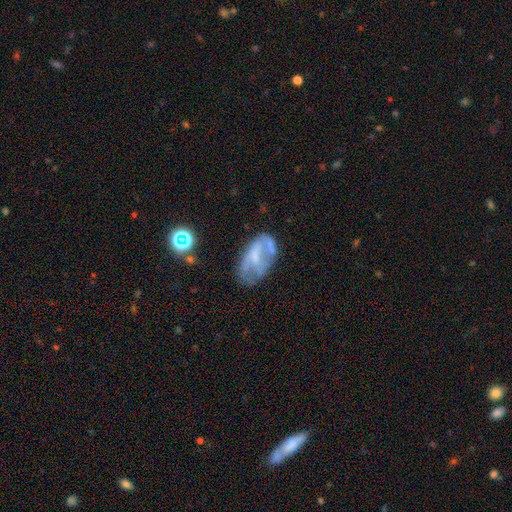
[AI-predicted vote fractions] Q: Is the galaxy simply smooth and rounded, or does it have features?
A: featured or disk — 58%.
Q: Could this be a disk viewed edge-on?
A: no — 95%.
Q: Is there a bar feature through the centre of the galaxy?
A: no — 56%.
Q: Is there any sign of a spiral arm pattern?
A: no — 57%.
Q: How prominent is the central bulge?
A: none — 39%.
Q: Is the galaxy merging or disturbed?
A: none — 47%.